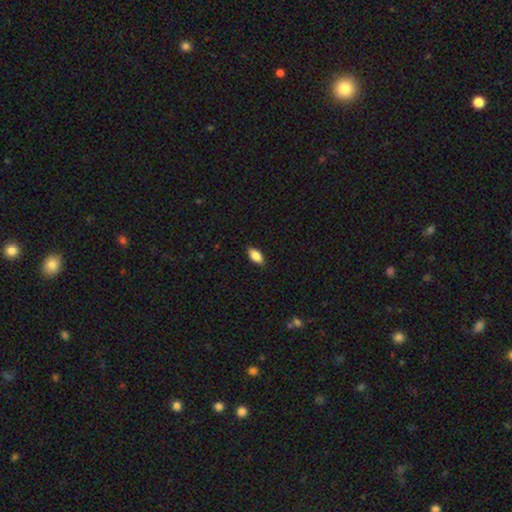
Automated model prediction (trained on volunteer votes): Smooth or featured? smooth (84%)
How rounded? in between (89%)
Merging? none (87%)